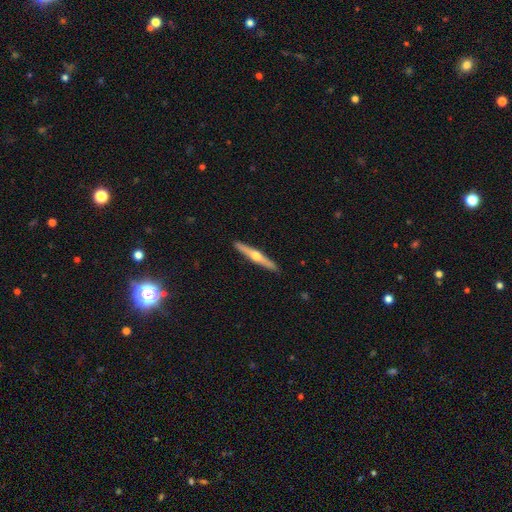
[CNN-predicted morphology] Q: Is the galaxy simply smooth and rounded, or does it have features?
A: featured or disk — 69%.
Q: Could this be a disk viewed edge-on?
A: yes — 97%.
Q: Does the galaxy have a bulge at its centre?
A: rounded — 93%.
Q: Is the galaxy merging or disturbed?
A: none — 92%.